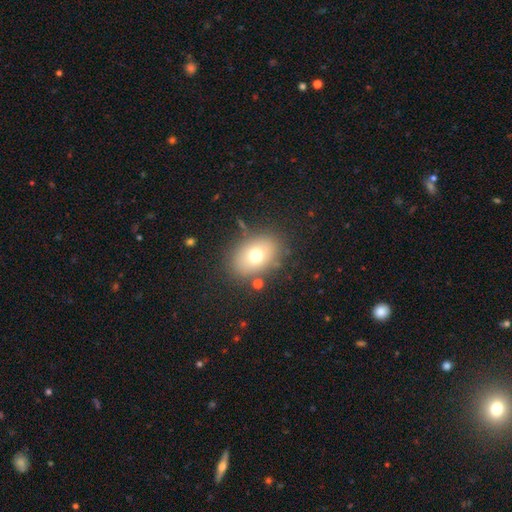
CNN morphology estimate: Smooth or featured? Predicted: smooth (p=0.70). How rounded? Predicted: in between (p=0.70). Merging? Predicted: none (p=0.81).